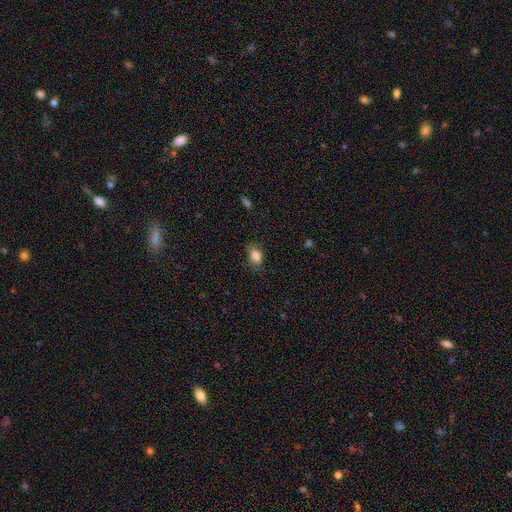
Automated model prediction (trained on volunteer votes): Q: Smooth or featured?
A: smooth (85%); runner-up: star or artifact (9%)
Q: How rounded?
A: in between (81%); runner-up: round (18%)
Q: Merging?
A: none (71%); runner-up: minor disturbance (22%)